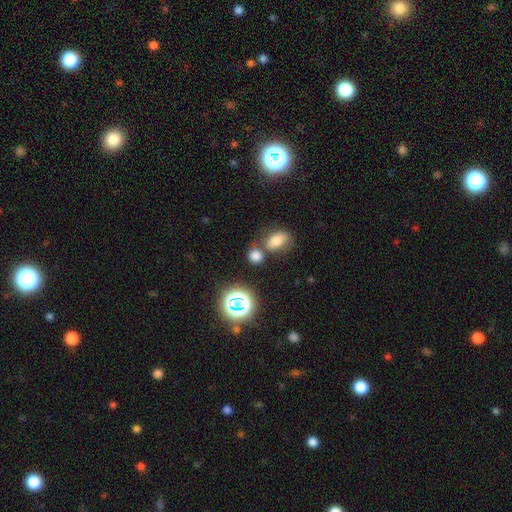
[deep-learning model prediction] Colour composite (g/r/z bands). It shows a smooth galaxy with no disk features (71%) that is round (64%). Merging: none (59%).